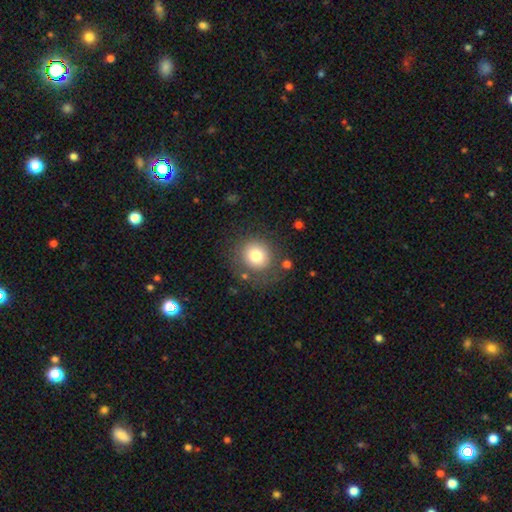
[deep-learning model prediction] A smooth galaxy with no disk features (79%) that is round (87%). Merging: none (77%).